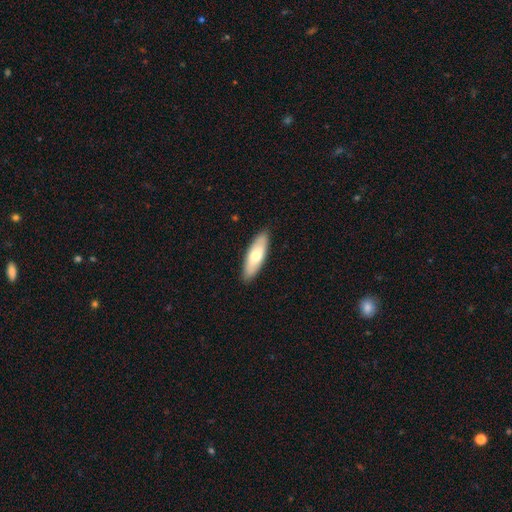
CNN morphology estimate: smooth-or-featured: smooth: 65% | featured or disk: 30% | star or artifact: 5%
  how-rounded: in between: 57% | cigar-shaped: 41% | round: 2%
  merging: none: 89% | minor disturbance: 9% | major disturbance: 2% | merger: 1%